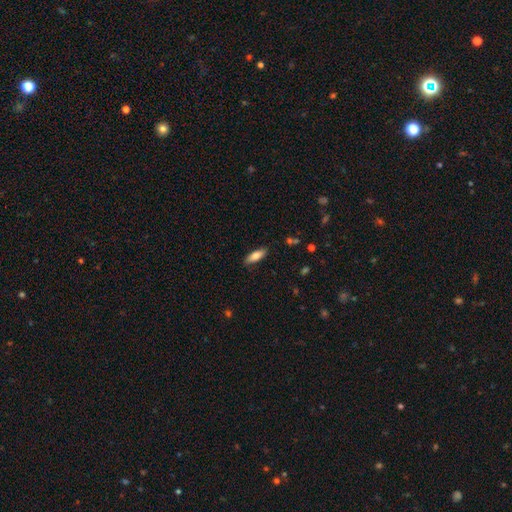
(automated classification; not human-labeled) Smooth or featured? Predicted: smooth (p=0.77). How rounded? Predicted: in between (p=0.61). Merging? Predicted: none (p=0.86).